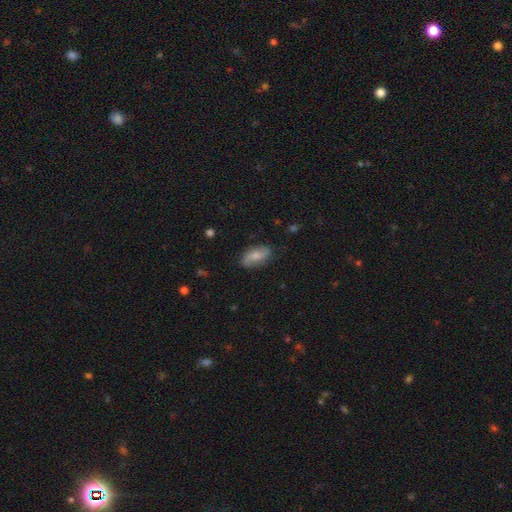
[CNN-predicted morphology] smooth-or-featured: smooth: 51% | featured or disk: 41% | star or artifact: 7%
  how-rounded: in between: 89% | cigar-shaped: 7% | round: 5%
  merging: none: 78% | minor disturbance: 17% | major disturbance: 4% | merger: 1%